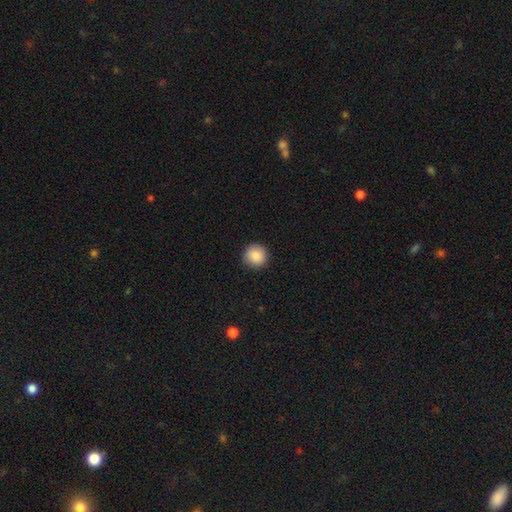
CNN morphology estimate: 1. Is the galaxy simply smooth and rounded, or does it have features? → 88% smooth, 8% star or artifact, 4% featured or disk.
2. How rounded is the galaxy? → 94% round, 5% in between, 1% cigar-shaped.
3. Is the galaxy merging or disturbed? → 91% none, 6% minor disturbance, 2% major disturbance, 1% merger.